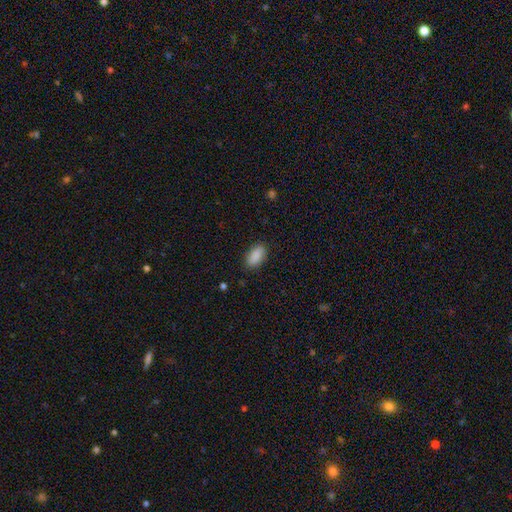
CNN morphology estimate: Q: Smooth or featured?
A: smooth (89%); runner-up: star or artifact (7%)
Q: How rounded?
A: in between (91%); runner-up: cigar-shaped (6%)
Q: Merging?
A: none (86%); runner-up: minor disturbance (10%)